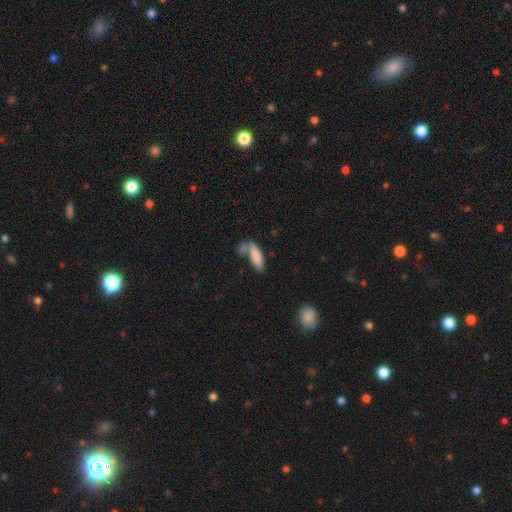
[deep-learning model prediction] smooth-or-featured: smooth: 80% | featured or disk: 12% | star or artifact: 8%
  how-rounded: cigar-shaped: 53% | in between: 45% | round: 2%
  merging: none: 44% | merger: 30% | minor disturbance: 17% | major disturbance: 9%